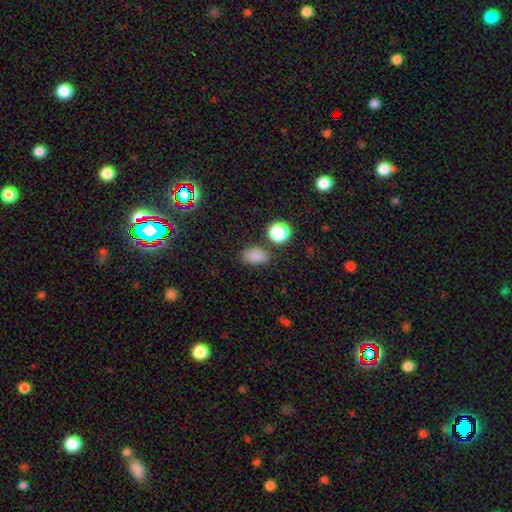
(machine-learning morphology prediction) This is clearly a smooth galaxy (83%). How rounded: clearly in between (83%). Merging: likely none (76%).